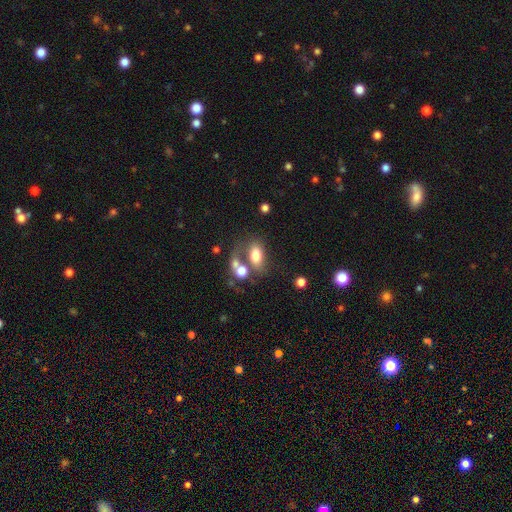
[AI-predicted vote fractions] This appears to be a smooth galaxy with no disk features (72%) that is in between round and cigar-shaped (84%). Merging: merger (38%).